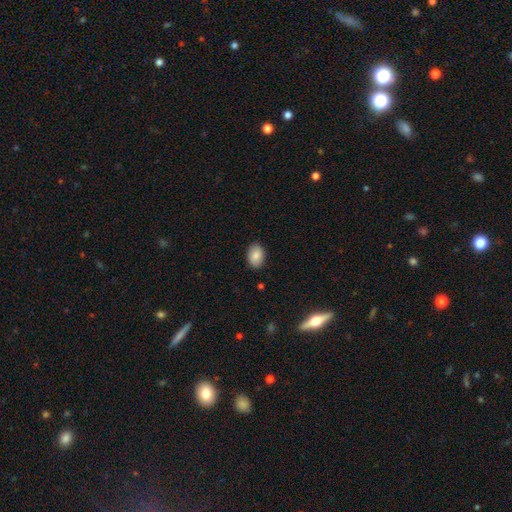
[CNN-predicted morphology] Smooth or featured? smooth (86%)
How rounded? in between (86%)
Merging? none (88%)